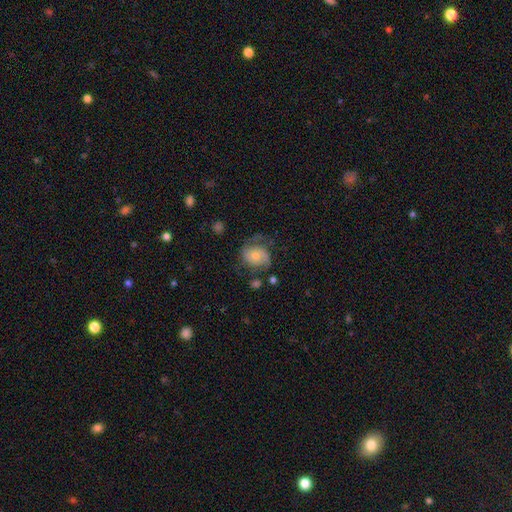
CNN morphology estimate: A featured or disk galaxy (63%) with no bar (72%), 2 (76%) medium (46%) spiral arms (89%) and a small central bulge (49%). Merging: none (52%).